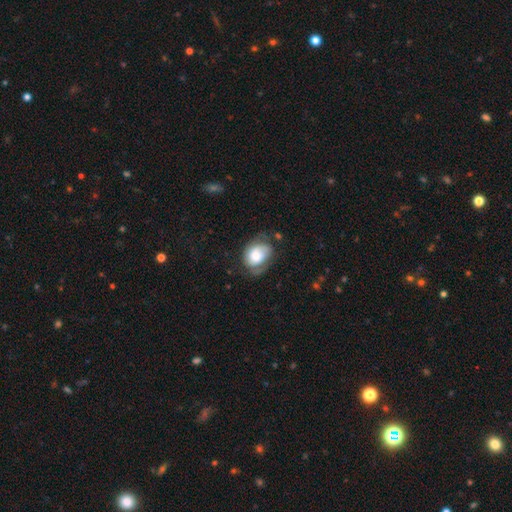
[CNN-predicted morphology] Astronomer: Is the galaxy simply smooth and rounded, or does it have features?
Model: smooth — 58% (runner-up: featured or disk, 34%).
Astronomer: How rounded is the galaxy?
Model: in between — 68%.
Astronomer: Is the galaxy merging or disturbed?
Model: none — 43% (runner-up: minor disturbance, 34%).